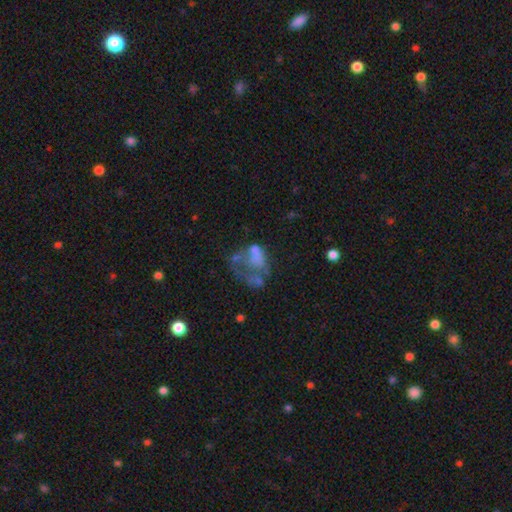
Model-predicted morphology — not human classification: This appears to be a featured or disk galaxy (45%). Merging: major disturbance (43%).